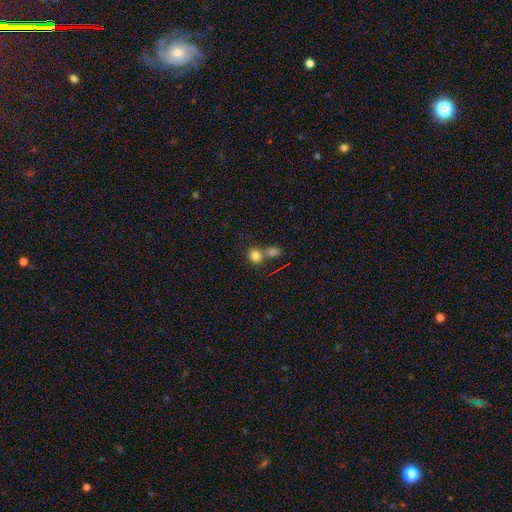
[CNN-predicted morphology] This appears to be a smooth galaxy with no disk features (81%) that is round (75%). Merging: none (46%).